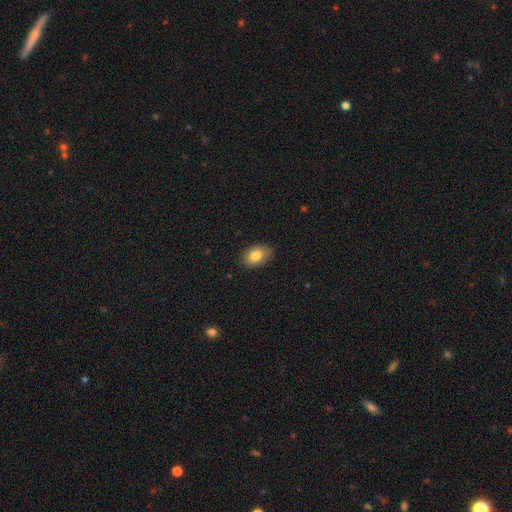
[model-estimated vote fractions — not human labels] smooth 83%, featured or disk 10%, star or artifact 7%. Down the decision tree: how rounded — in between (88%); merging — none (86%).